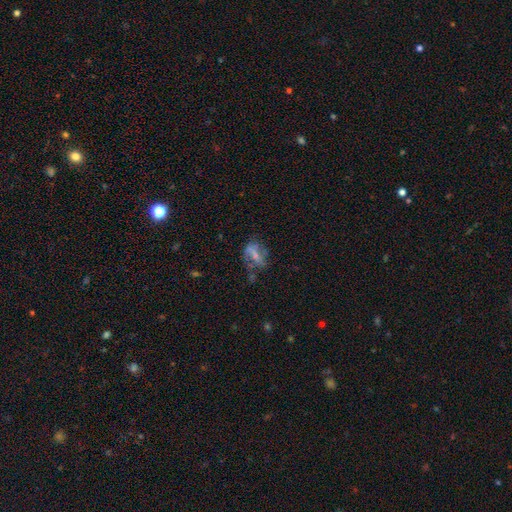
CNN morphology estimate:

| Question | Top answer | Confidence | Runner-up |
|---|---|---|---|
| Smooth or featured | featured or disk | 60% | smooth (25%) |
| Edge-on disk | no | 93% | yes (7%) |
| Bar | weak | 38% | strong (33%) |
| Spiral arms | yes | 68% | no (32%) |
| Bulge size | small | 48% | moderate (32%) |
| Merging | none | 54% | minor disturbance (22%) |